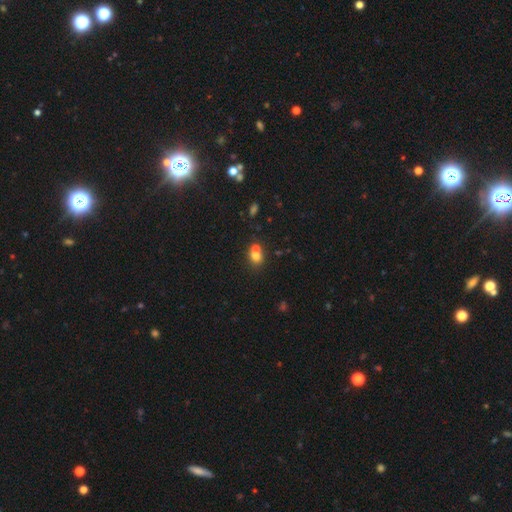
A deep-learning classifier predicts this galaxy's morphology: Overall: smooth (71%). How rounded: round (71%). Merging: merger (53%; none 37%).